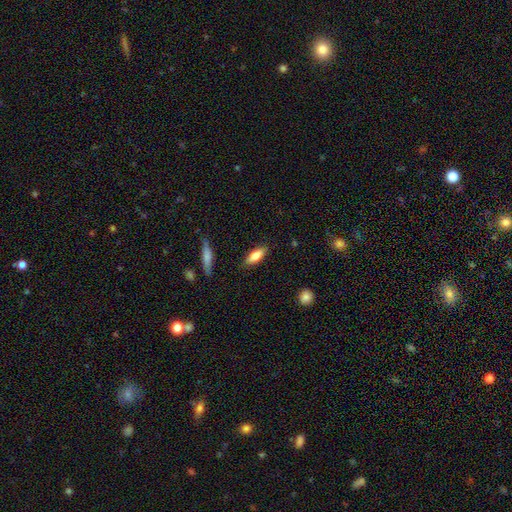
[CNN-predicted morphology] The model was most divided on "how rounded": in between: 68%, cigar-shaped: 30%, round: 2%. More confident: merging — none (87%); smooth or featured — smooth (74%).